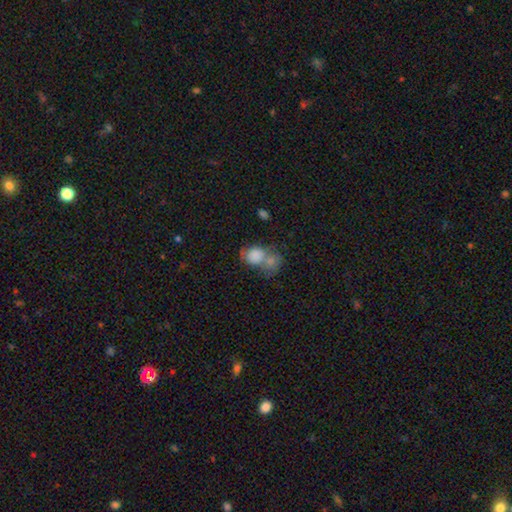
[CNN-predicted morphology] type=smooth (79%); roundness=round (52%); merging=merger (60%).